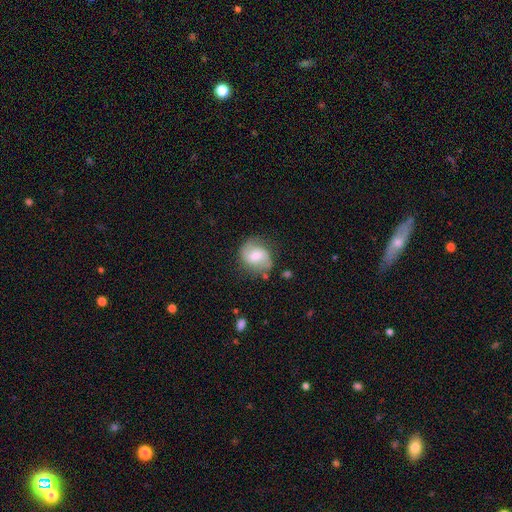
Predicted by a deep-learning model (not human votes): The model was most divided on "smooth or featured": featured or disk: 51%, smooth: 41%, star or artifact: 8%. More confident: edge-on disk — no (97%); spiral arms — yes (85%); merging — none (68%); bar — weak (51%); bulge size — moderate (51%).